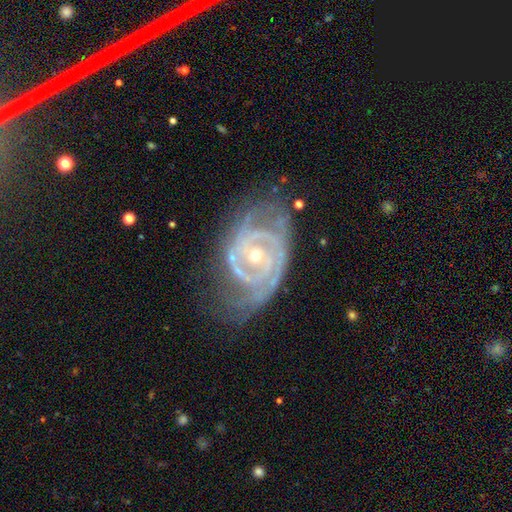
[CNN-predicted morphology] A featured or disk galaxy (91%) with no bar (64%), 2 (46%) tight (66%) spiral arms (97%) and a small central bulge (60%).

Vote fractions:
- Smooth or featured? featured or disk: 91% / star or artifact: 5% / smooth: 4%
- Edge-on disk? no: 97% / yes: 3%
- Bar? no: 64% / weak: 26% / strong: 11%
- Spiral arms? yes: 97% / no: 3%
- Spiral winding? tight: 66% / medium: 28% / loose: 5%
- Spiral arm count? 2: 46% / 3: 22% / can't tell: 14% / 4: 7% / 1: 5% / more than 4: 5%
- Bulge size? small: 60% / moderate: 37% / large: 1% / none: 1% / dominant: 1%
- Merging? none: 59% / minor disturbance: 25% / major disturbance: 14% / merger: 2%